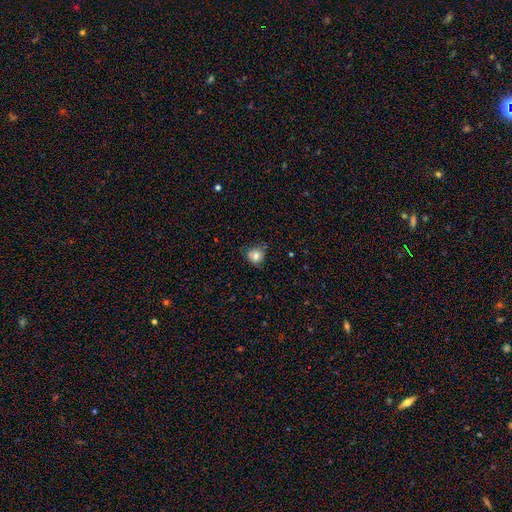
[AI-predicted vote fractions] smooth 80%, star or artifact 11%, featured or disk 9%. Down the decision tree: how rounded — round (82%); merging — none (70%).